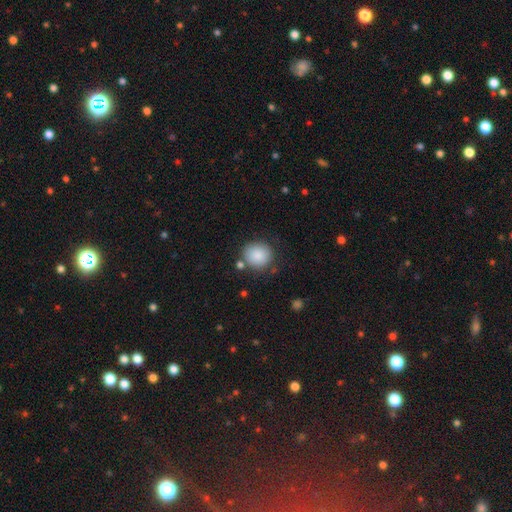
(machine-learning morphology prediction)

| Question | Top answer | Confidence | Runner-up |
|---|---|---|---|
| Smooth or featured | smooth | 87% | star or artifact (8%) |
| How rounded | round | 87% | in between (12%) |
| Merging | none | 78% | minor disturbance (12%) |